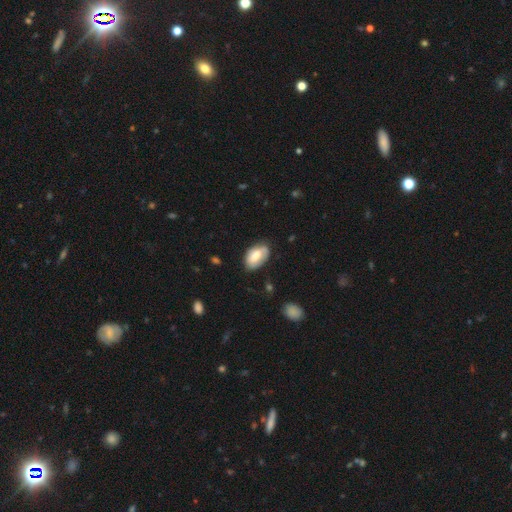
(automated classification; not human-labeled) Q: Smooth or featured?
A: smooth (70%); runner-up: featured or disk (23%)
Q: How rounded?
A: in between (94%); runner-up: round (5%)
Q: Merging?
A: none (65%); runner-up: minor disturbance (27%)